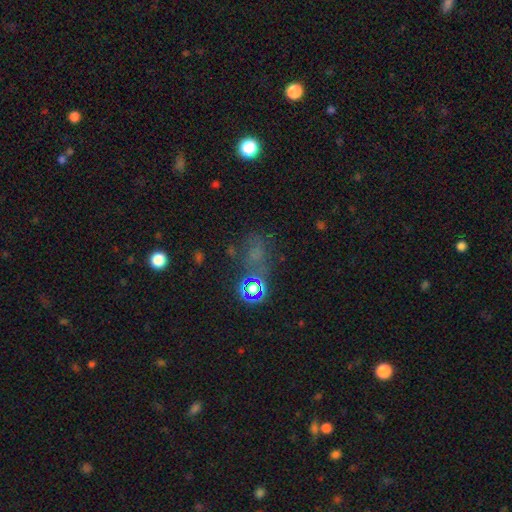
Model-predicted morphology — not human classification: This is possibly a star or artifact rather than a galaxy (49%).